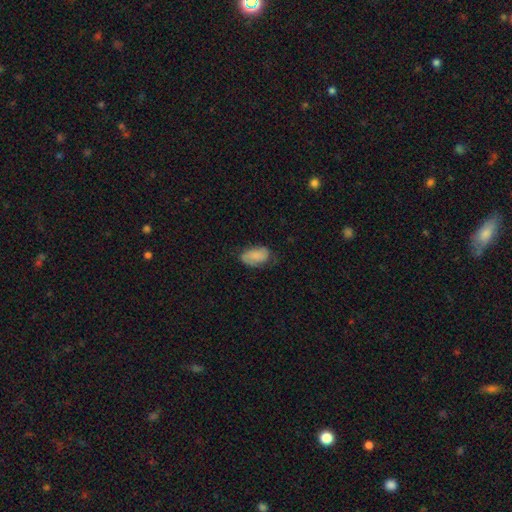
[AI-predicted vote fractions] smooth-or-featured: smooth: 66% | featured or disk: 25% | star or artifact: 8%
  how-rounded: in between: 92% | round: 6% | cigar-shaped: 2%
  merging: none: 65% | minor disturbance: 26% | major disturbance: 8% | merger: 1%